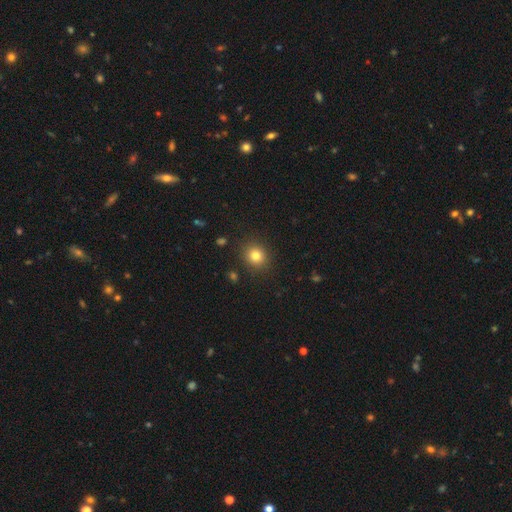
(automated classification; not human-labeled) smooth_or_featured: smooth (p=0.80) [alt: star or artifact p=0.12]
how_rounded: round (p=0.81) [alt: in between p=0.18]
merging: none (p=0.89) [alt: minor disturbance p=0.07]